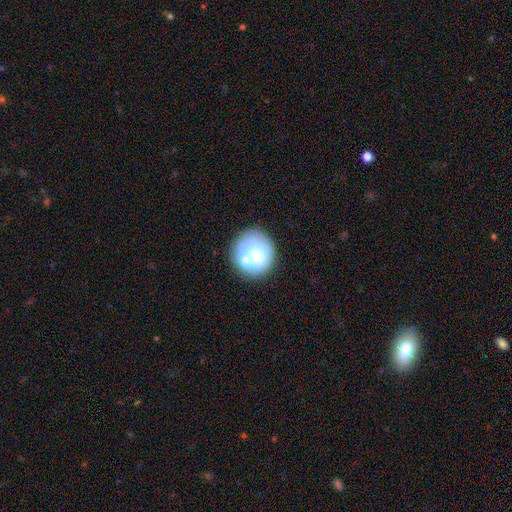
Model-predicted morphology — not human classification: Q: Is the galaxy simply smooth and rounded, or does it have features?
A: smooth — 53%.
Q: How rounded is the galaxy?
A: round — 78%.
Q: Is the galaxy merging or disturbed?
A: none — 53%.